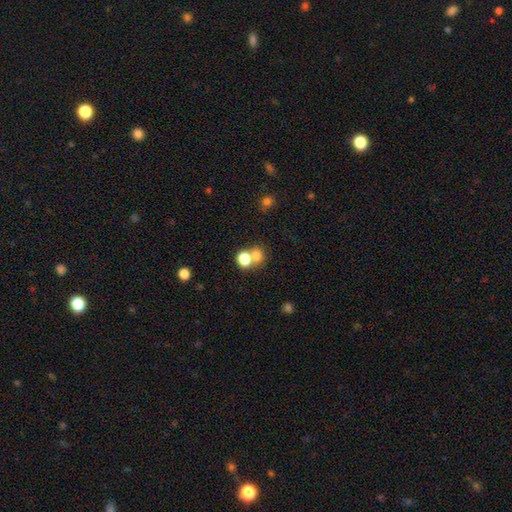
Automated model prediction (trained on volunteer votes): smooth_or_featured: smooth (p=0.75) [alt: star or artifact p=0.15]
how_rounded: round (p=0.68) [alt: in between p=0.31]
merging: merger (p=0.46) [alt: none p=0.44]